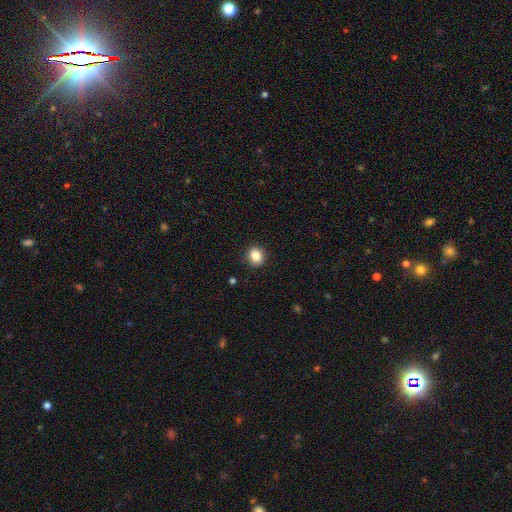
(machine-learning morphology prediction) Q: Smooth or featured?
A: smooth (85%); runner-up: star or artifact (10%)
Q: How rounded?
A: round (83%); runner-up: in between (16%)
Q: Merging?
A: none (91%); runner-up: minor disturbance (6%)